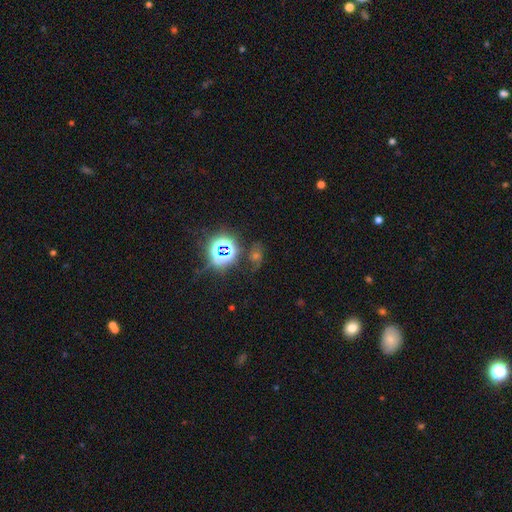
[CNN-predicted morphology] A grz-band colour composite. It shows a star or artifact, not a galaxy (59%).